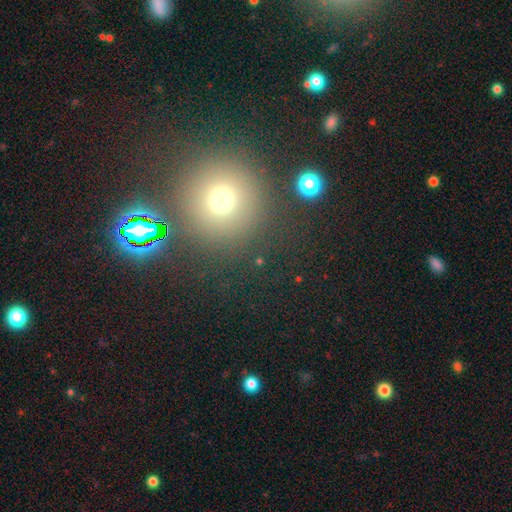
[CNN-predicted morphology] A smooth galaxy with no disk features (51%) that is round (94%).

Vote fractions:
- Smooth or featured? smooth: 51% / star or artifact: 39% / featured or disk: 10%
- How rounded? round: 94% / in between: 5% / cigar-shaped: 1%
- Merging? none: 85% / minor disturbance: 7% / merger: 4% / major disturbance: 4%